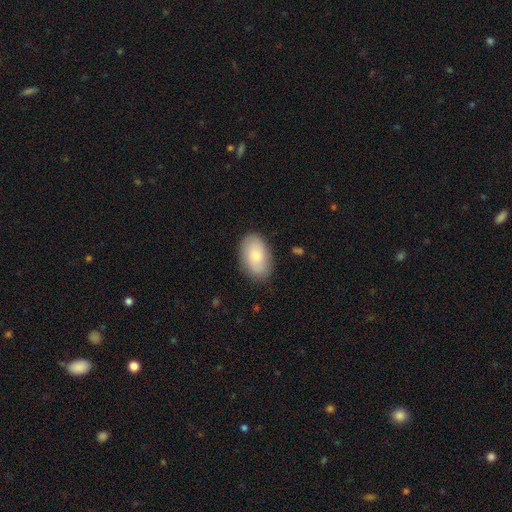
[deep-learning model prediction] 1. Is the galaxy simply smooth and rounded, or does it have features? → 78% smooth, 16% featured or disk, 6% star or artifact.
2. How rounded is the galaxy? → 93% in between, 6% round, 1% cigar-shaped.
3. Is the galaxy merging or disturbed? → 84% none, 12% minor disturbance, 3% major disturbance, 1% merger.